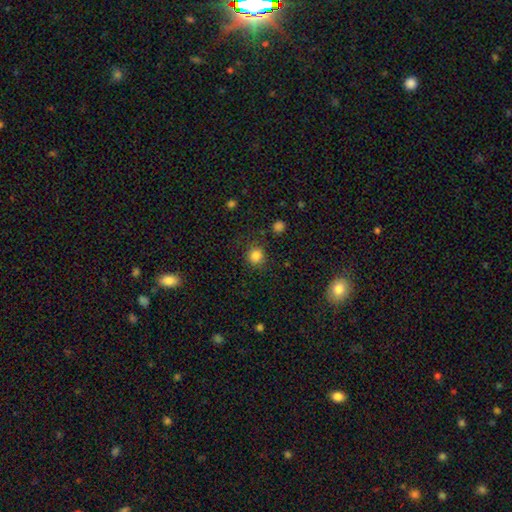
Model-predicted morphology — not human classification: A smooth galaxy with no disk features (84%) that is round (89%). Merging: none (84%).